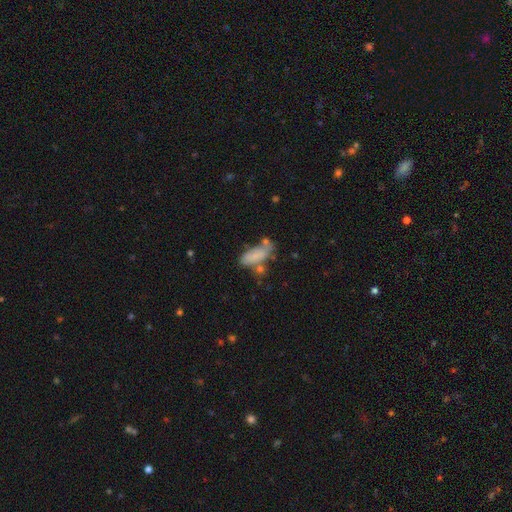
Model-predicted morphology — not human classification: This appears to be a smooth galaxy with no disk features (75%) that is in between round and cigar-shaped (75%). Merging: none (43%).